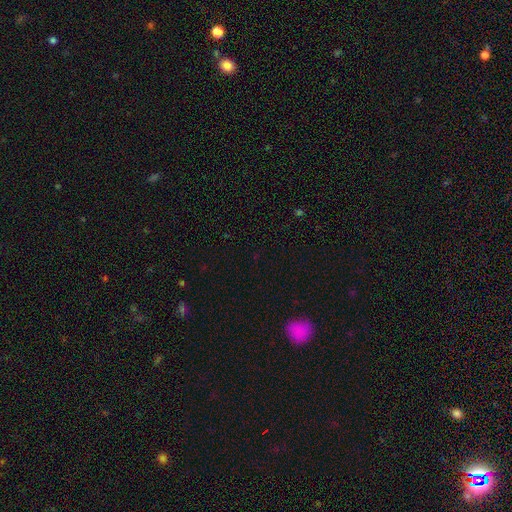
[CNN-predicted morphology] Smooth or featured: star or artifact — 69% (smooth — 24%)